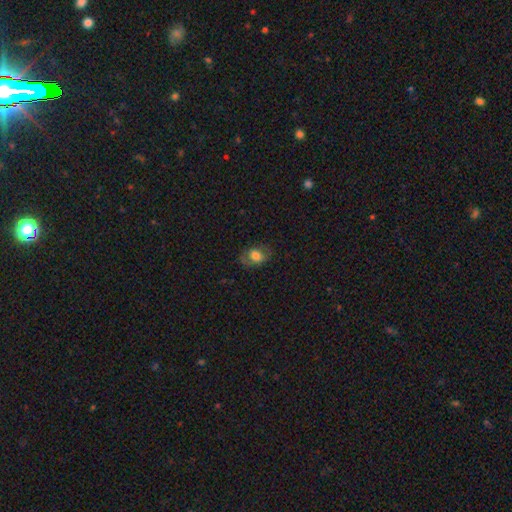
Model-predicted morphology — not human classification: A smooth galaxy with no disk features (66%) that is in between round and cigar-shaped (67%). Merging: none (66%).